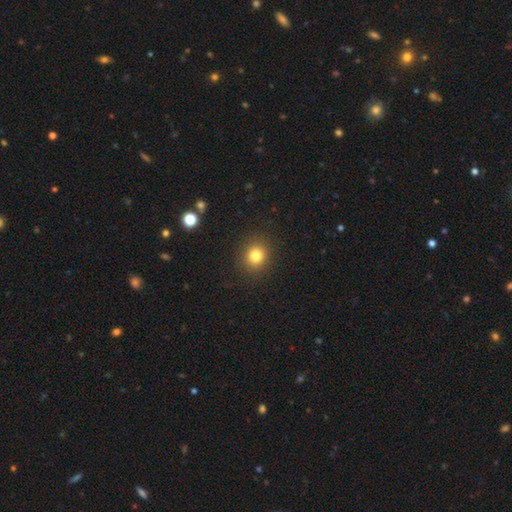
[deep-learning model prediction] The model was most divided on "smooth or featured": smooth: 81%, star or artifact: 13%, featured or disk: 6%. More confident: merging — none (90%); how rounded — round (84%).